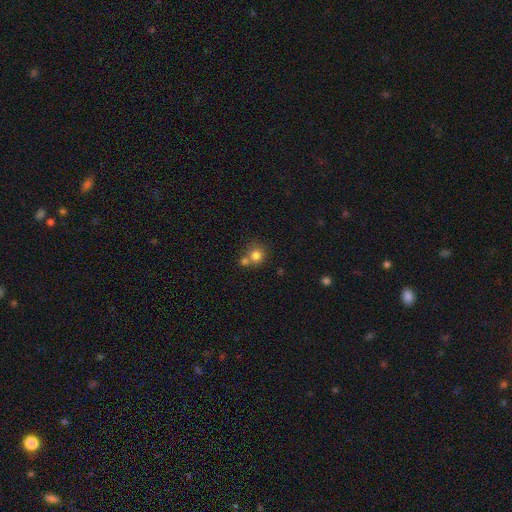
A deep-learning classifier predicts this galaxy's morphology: Smooth or featured? smooth (79%)
How rounded? round (88%)
Merging? none (53%)